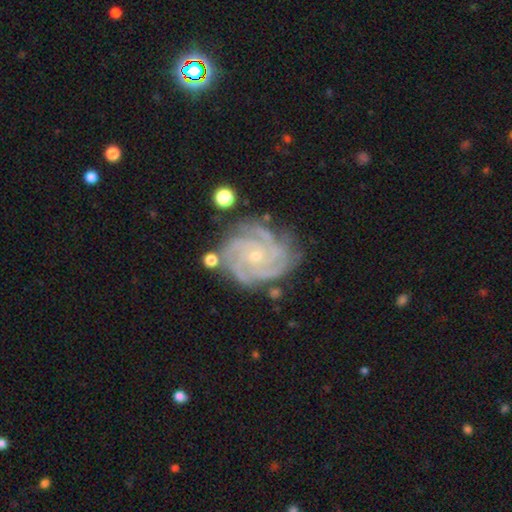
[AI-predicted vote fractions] Smooth or featured: featured or disk — 91% (star or artifact — 5%)
Edge-on disk: no — 98% (yes — 2%)
Bar: no — 72% (weak — 22%)
Spiral arms: yes — 99% (no — 1%)
Spiral winding: tight — 76% (medium — 21%)
Spiral arm count: 4 — 43% (3 — 23%)
Bulge size: small — 76% (moderate — 21%)
Merging: none — 76% (minor disturbance — 17%)